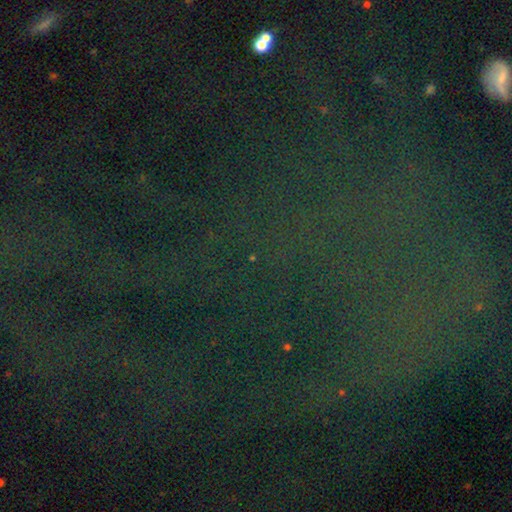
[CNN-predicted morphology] Smooth or featured?
  - star or artifact: 81% *
  - smooth: 10%
  - featured or disk: 9%